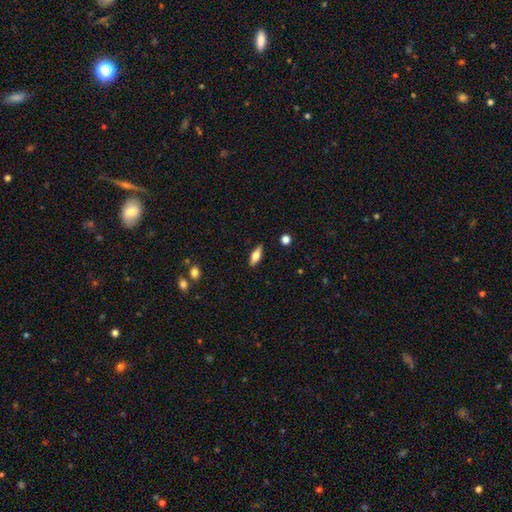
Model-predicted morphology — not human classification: This is possibly a smooth galaxy (57%). How rounded: likely in between (65%). Merging: clearly none (87%).